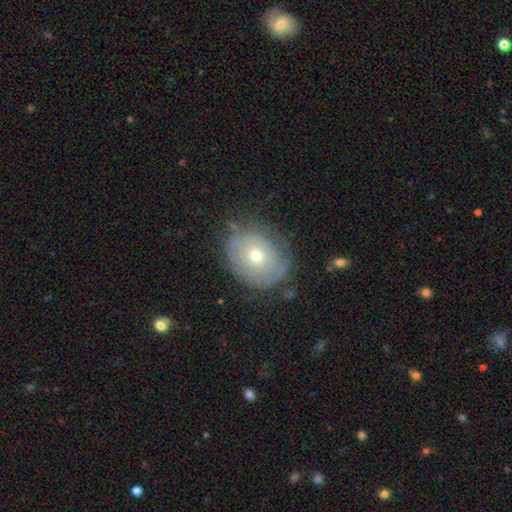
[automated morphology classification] Overall: smooth (46%, tied with featured or disk). Merging: none (69%).